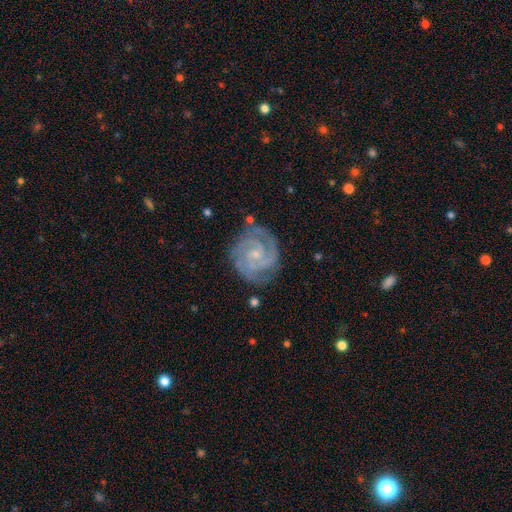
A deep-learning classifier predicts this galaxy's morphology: Overall: featured or disk (90%). Edge-on disk: no (98%). Bar: no (59%; weak 34%). Spiral arms: yes (98%). Spiral arm count: 2 (48%; 3 29%). Spiral winding: tight (69%). Bulge size: small (76%). Merging: none (76%).